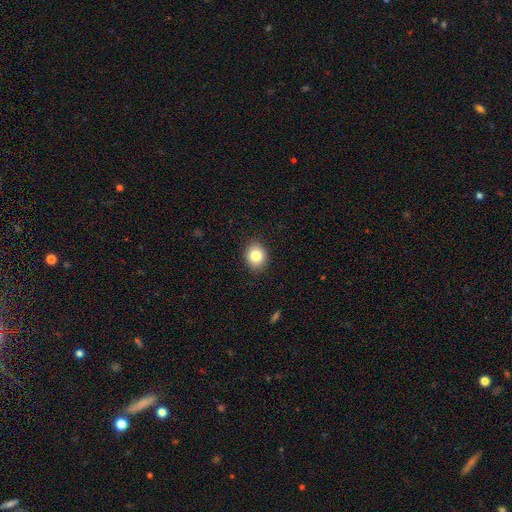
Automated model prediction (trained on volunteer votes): smooth_or_featured: smooth (p=0.82) [alt: star or artifact p=0.10]
how_rounded: round (p=0.66) [alt: in between p=0.33]
merging: none (p=0.90) [alt: minor disturbance p=0.07]